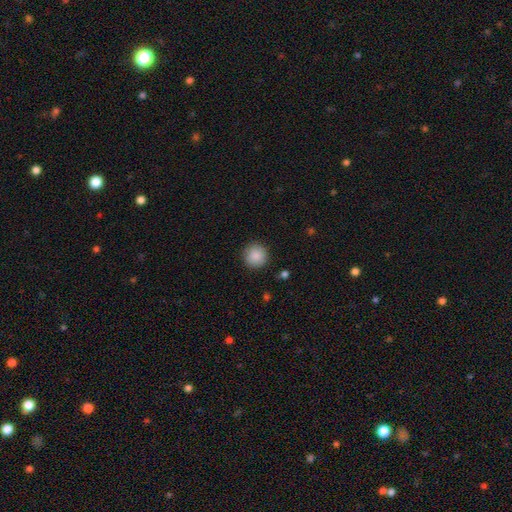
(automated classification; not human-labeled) Smooth or featured? smooth (88%)
How rounded? round (95%)
Merging? none (90%)